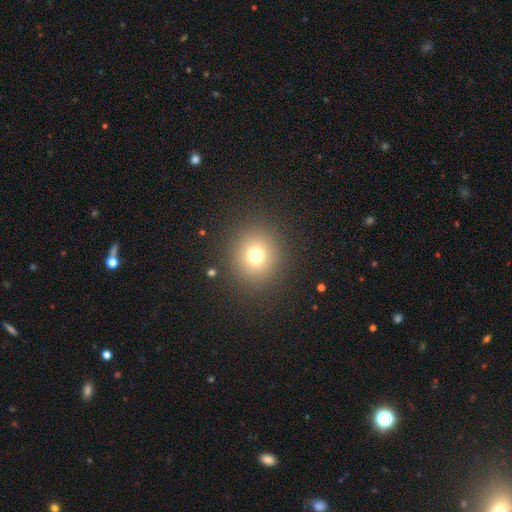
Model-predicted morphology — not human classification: Smooth or featured?
  - smooth: 74% *
  - star or artifact: 16%
  - featured or disk: 10%
How rounded?
  - round: 88% *
  - in between: 11%
  - cigar-shaped: 1%
Merging?
  - none: 89% *
  - minor disturbance: 6%
  - major disturbance: 4%
  - merger: 1%